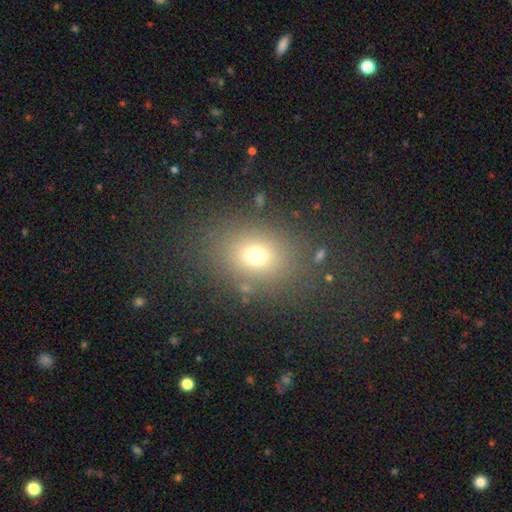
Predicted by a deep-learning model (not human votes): The model was most divided on "how rounded": round: 51%, in between: 48%, cigar-shaped: 1%. More confident: merging — none (80%); smooth or featured — smooth (69%).